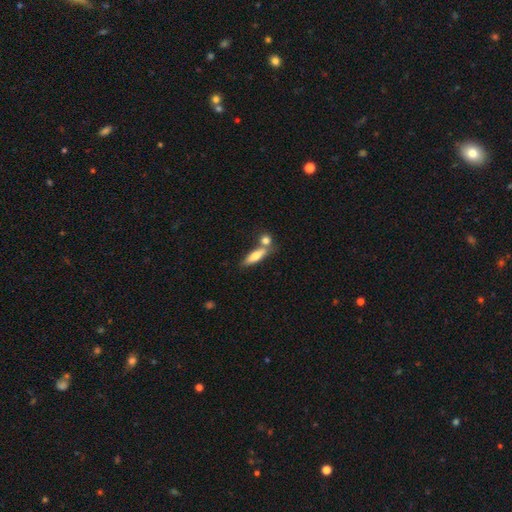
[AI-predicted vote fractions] smooth-or-featured: smooth: 68% | featured or disk: 25% | star or artifact: 6%
  how-rounded: cigar-shaped: 58% | in between: 38% | round: 4%
  merging: none: 53% | merger: 32% | minor disturbance: 11% | major disturbance: 4%